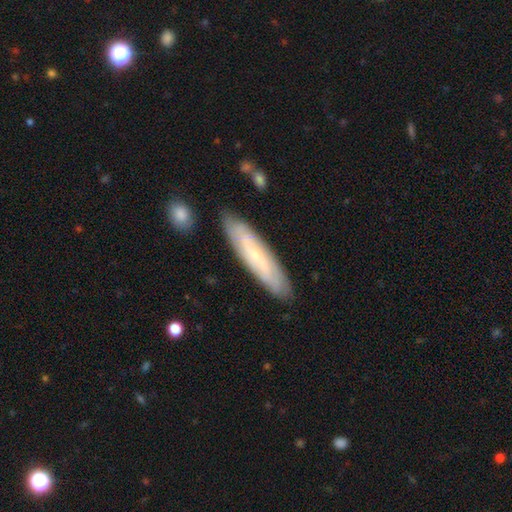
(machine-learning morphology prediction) Overall: featured or disk (59%; smooth 34%). Edge-on disk: no (61%; yes 39%). Merging: none (85%).